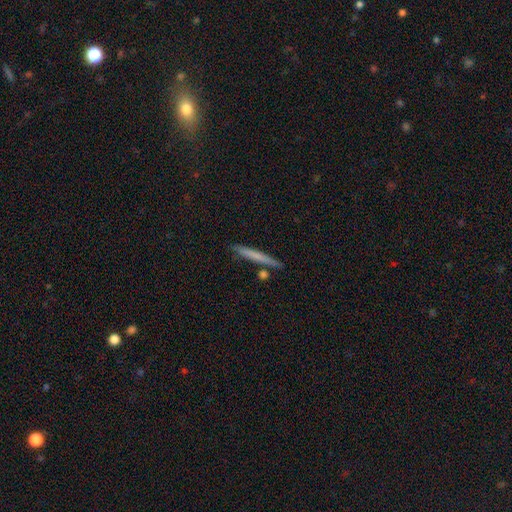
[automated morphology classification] smooth 65%, featured or disk 29%, star or artifact 6%. Down the decision tree: how rounded — cigar-shaped (96%); merging — none (83%).